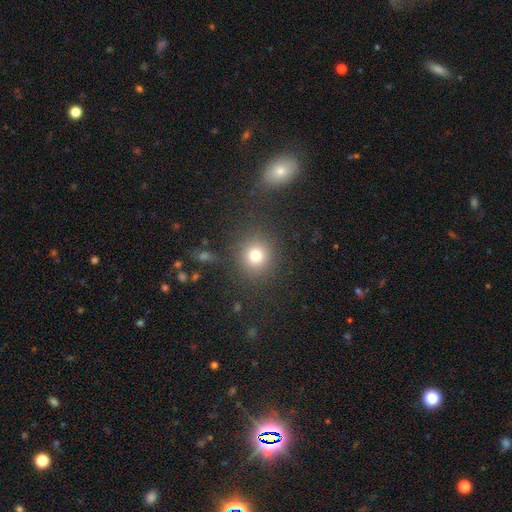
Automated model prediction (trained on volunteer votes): Smooth or featured?
  - smooth: 77% *
  - star or artifact: 16%
  - featured or disk: 8%
How rounded?
  - round: 87% *
  - in between: 12%
  - cigar-shaped: 1%
Merging?
  - none: 86% *
  - minor disturbance: 8%
  - major disturbance: 4%
  - merger: 2%